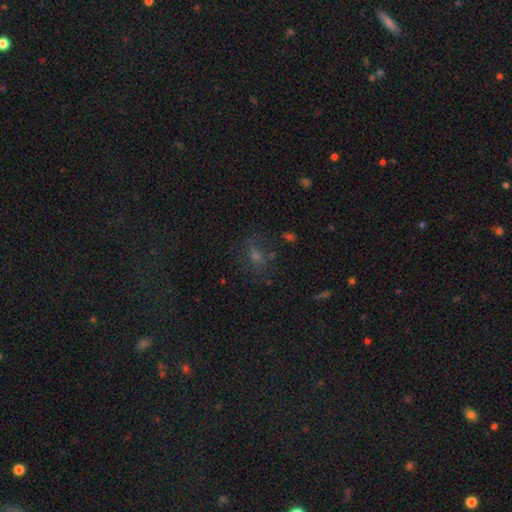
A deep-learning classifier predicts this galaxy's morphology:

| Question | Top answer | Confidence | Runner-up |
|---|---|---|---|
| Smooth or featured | star or artifact | 43% | smooth (35%) |